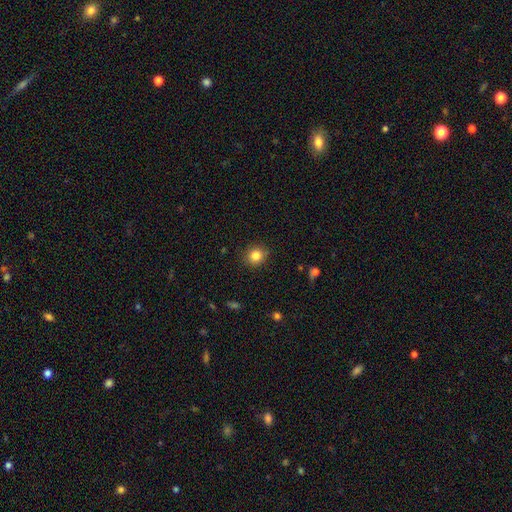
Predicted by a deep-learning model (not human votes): smooth-or-featured: smooth: 83% | star or artifact: 11% | featured or disk: 6%
  how-rounded: round: 86% | in between: 13% | cigar-shaped: 1%
  merging: none: 88% | minor disturbance: 9% | major disturbance: 2% | merger: 1%